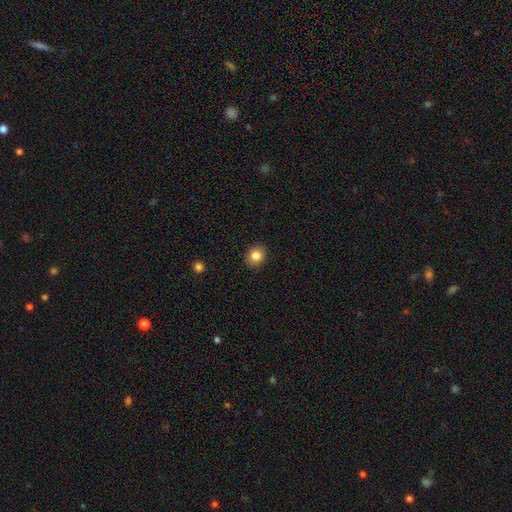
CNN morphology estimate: smooth_or_featured: smooth (p=0.84) [alt: star or artifact p=0.10]
how_rounded: round (p=0.70) [alt: in between p=0.29]
merging: none (p=0.90) [alt: minor disturbance p=0.07]